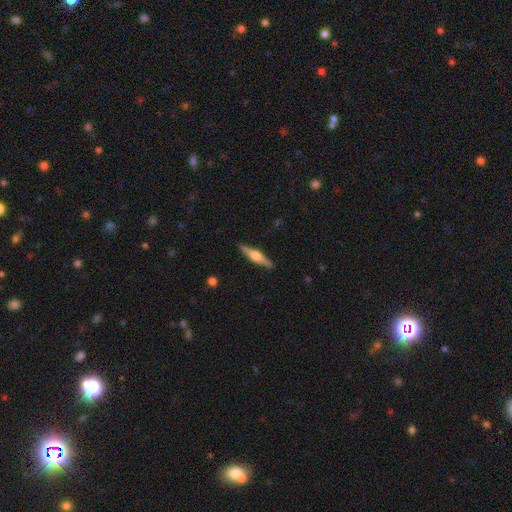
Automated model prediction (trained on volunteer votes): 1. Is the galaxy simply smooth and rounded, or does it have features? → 70% featured or disk, 24% smooth, 5% star or artifact.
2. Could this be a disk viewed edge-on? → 97% yes, 3% no.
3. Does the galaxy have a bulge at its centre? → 91% rounded, 7% boxy, 2% none.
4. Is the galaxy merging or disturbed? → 90% none, 7% minor disturbance, 1% major disturbance, 1% merger.